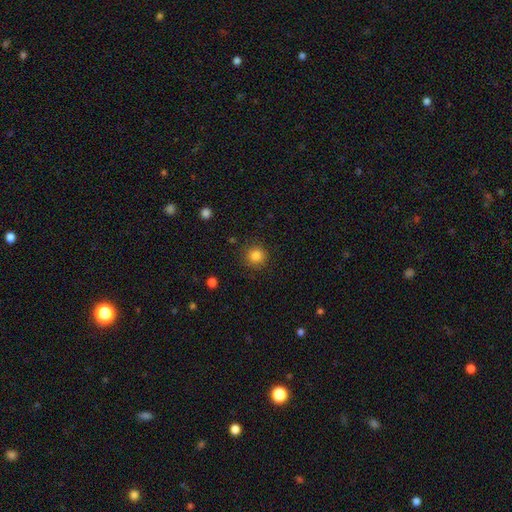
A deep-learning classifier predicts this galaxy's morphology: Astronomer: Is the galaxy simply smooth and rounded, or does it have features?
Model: smooth — 84%.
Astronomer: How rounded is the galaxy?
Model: round — 93%.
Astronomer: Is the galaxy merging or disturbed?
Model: none — 88%.